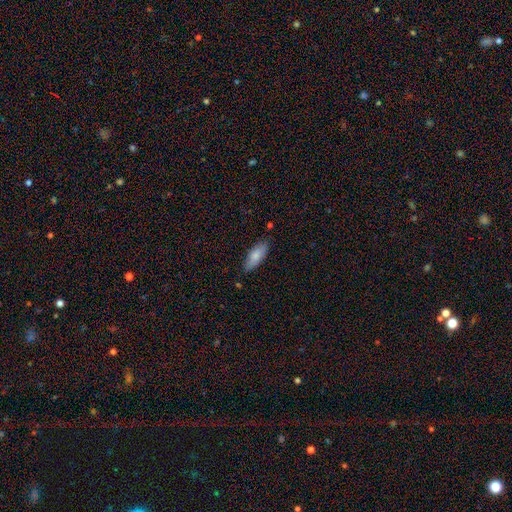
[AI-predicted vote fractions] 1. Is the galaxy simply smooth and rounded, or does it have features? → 81% smooth, 13% featured or disk, 6% star or artifact.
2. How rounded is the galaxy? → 69% in between, 30% cigar-shaped, 2% round.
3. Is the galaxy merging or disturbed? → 78% none, 17% minor disturbance, 3% major disturbance, 2% merger.